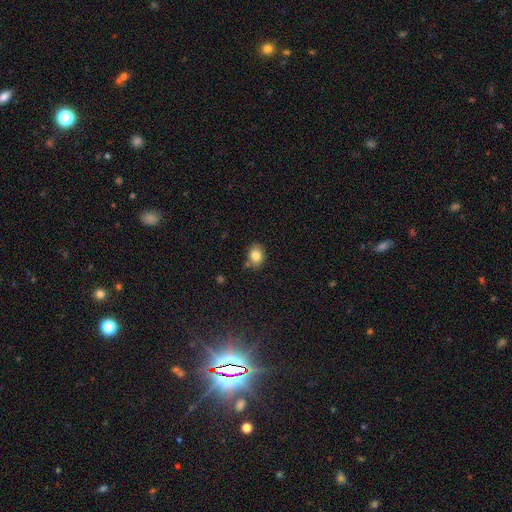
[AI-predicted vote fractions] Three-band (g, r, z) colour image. It shows a smooth galaxy with no disk features (82%) that is in between round and cigar-shaped (50%). Merging: none (77%).